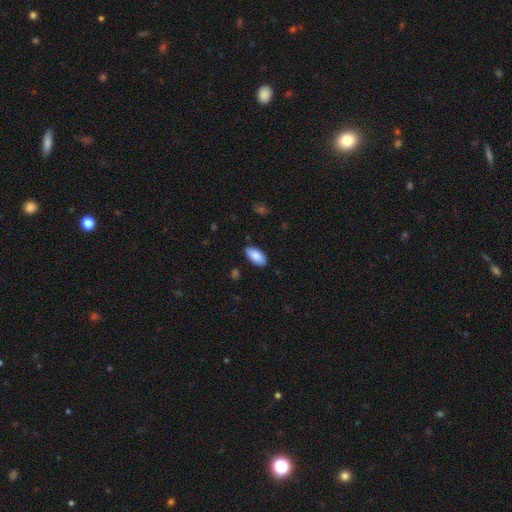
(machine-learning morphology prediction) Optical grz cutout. It shows a smooth galaxy with no disk features (87%) that is in between round and cigar-shaped (93%). Merging: none (84%).